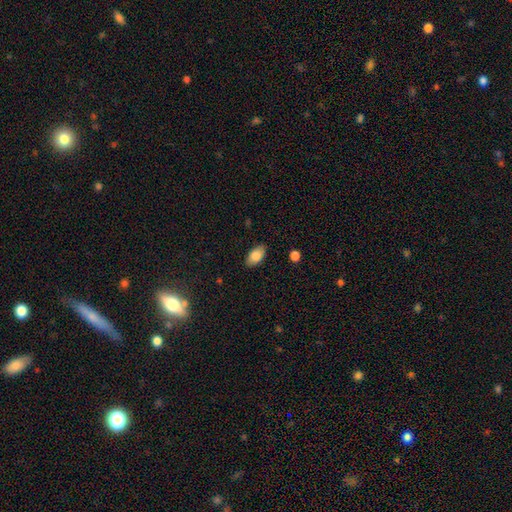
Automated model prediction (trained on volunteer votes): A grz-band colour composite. It shows a smooth galaxy with no disk features (84%) that is in between round and cigar-shaped (93%). Merging: none (86%).